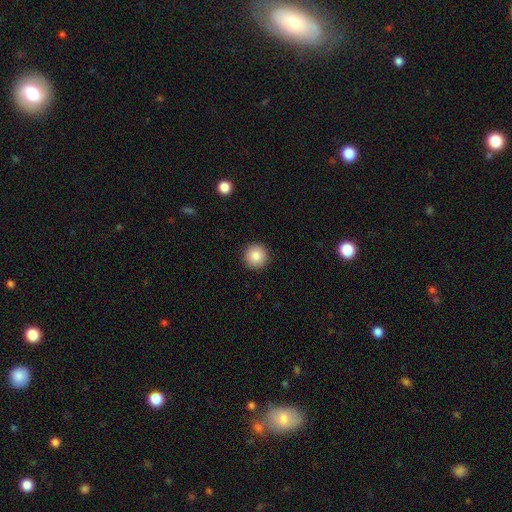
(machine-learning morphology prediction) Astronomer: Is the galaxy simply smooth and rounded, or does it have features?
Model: smooth — 86%.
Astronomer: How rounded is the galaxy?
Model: round — 96%.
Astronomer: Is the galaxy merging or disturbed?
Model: none — 93%.